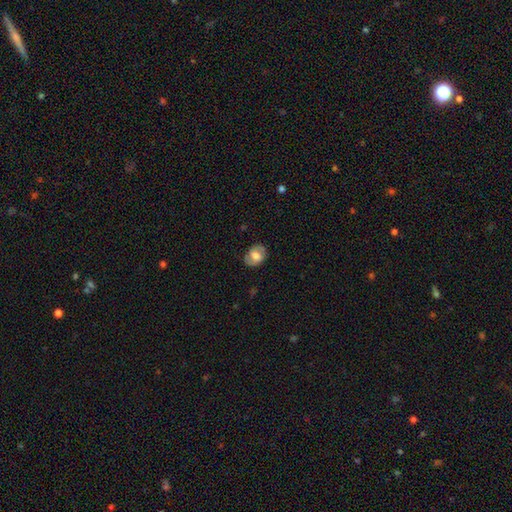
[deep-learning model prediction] Smooth or featured? smooth (53%)
How rounded? in between (68%)
Merging? none (80%)